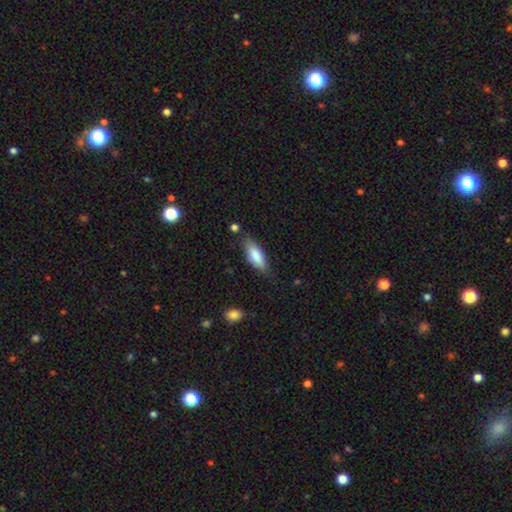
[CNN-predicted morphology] Smooth or featured: smooth — 80% (featured or disk — 14%)
How rounded: in between — 61% (cigar-shaped — 37%)
Merging: none — 74% (minor disturbance — 19%)